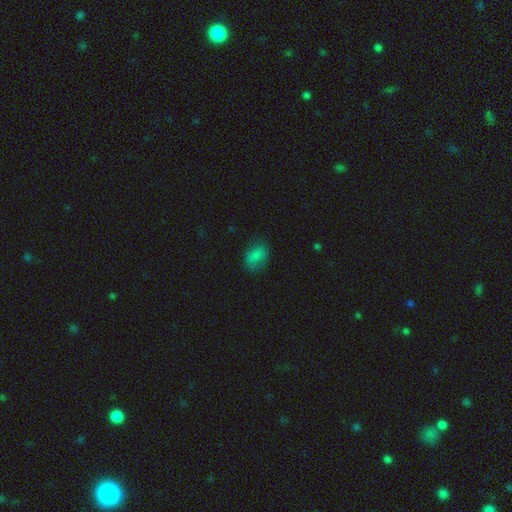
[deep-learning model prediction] Overall: smooth (81%). How rounded: in between (75%). Merging: none (71%).